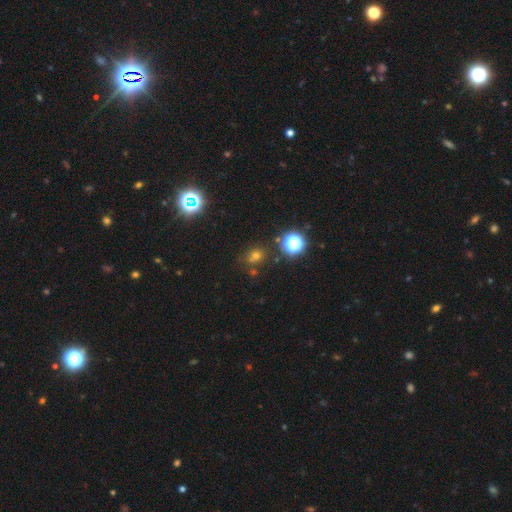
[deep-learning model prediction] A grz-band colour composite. It shows a smooth galaxy with no disk features (57%) that is round (75%). Merging: none (70%).